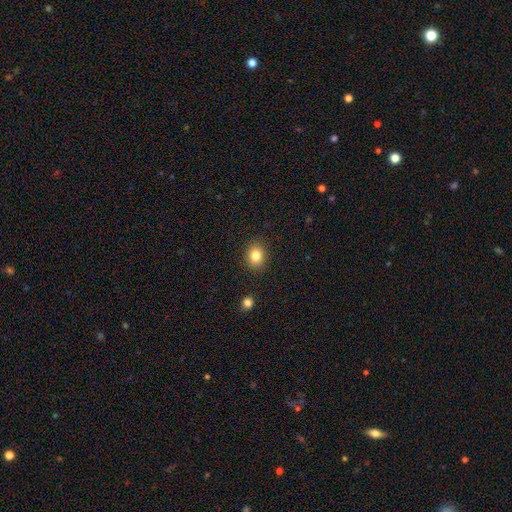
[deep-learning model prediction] The model was most divided on "how rounded": round: 58%, in between: 41%, cigar-shaped: 1%. More confident: merging — none (89%); smooth or featured — smooth (83%).